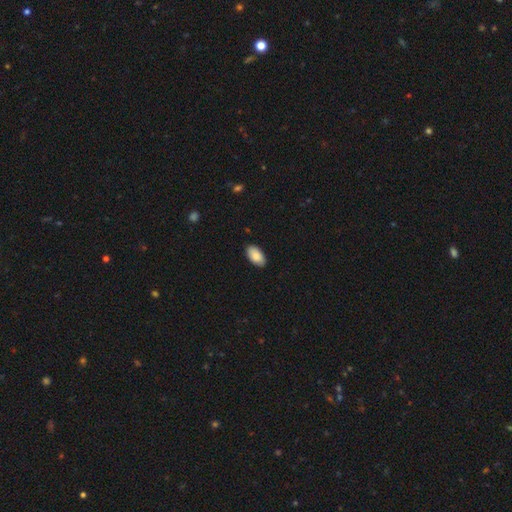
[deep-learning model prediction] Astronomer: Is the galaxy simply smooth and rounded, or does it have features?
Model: smooth — 88%.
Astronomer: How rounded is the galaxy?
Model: in between — 96%.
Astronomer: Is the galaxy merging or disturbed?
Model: none — 88%.